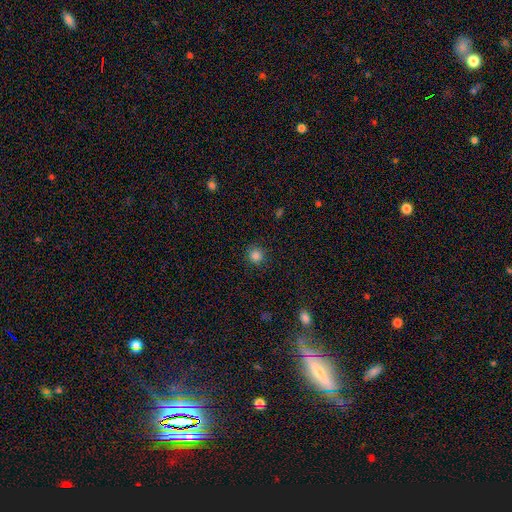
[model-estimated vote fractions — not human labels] Smooth or featured?
  - smooth: 83% *
  - star or artifact: 13%
  - featured or disk: 4%
How rounded?
  - round: 93% *
  - in between: 6%
  - cigar-shaped: 1%
Merging?
  - none: 90% *
  - minor disturbance: 7%
  - major disturbance: 2%
  - merger: 1%